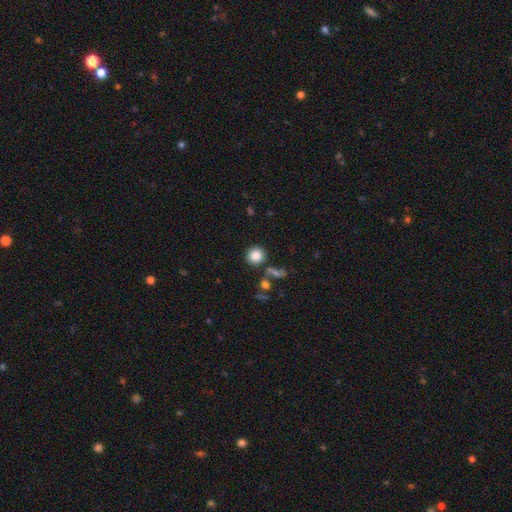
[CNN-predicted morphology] Smooth or featured?
  - smooth: 84% *
  - star or artifact: 10%
  - featured or disk: 6%
How rounded?
  - round: 91% *
  - in between: 8%
  - cigar-shaped: 1%
Merging?
  - none: 81% *
  - minor disturbance: 9%
  - merger: 7%
  - major disturbance: 3%